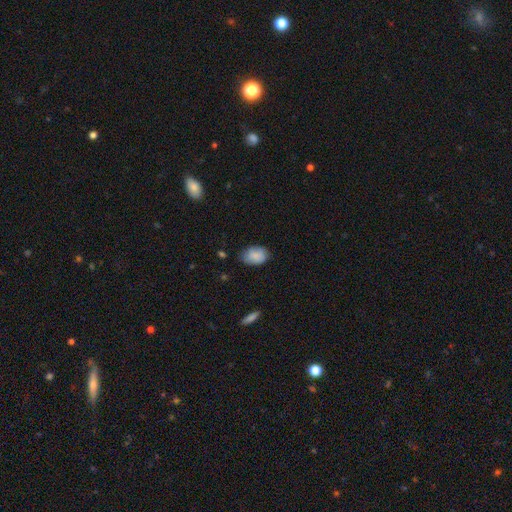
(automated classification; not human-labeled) Overall: smooth (86%). How rounded: in between (80%). Merging: none (71%).